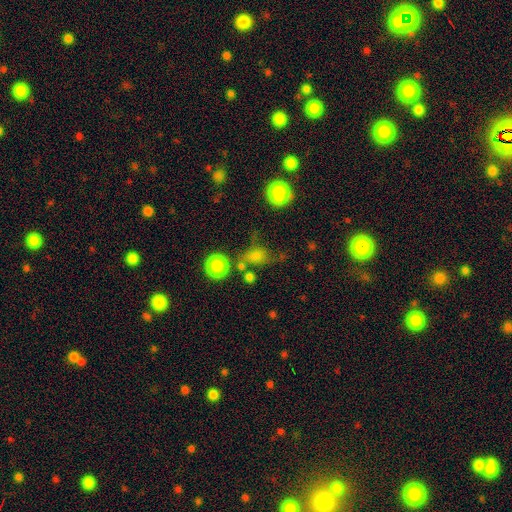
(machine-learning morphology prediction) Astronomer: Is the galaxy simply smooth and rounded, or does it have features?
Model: smooth — 70%.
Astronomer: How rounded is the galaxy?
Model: round — 49% (runner-up: in between, 48%).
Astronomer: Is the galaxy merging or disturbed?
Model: none — 48%.